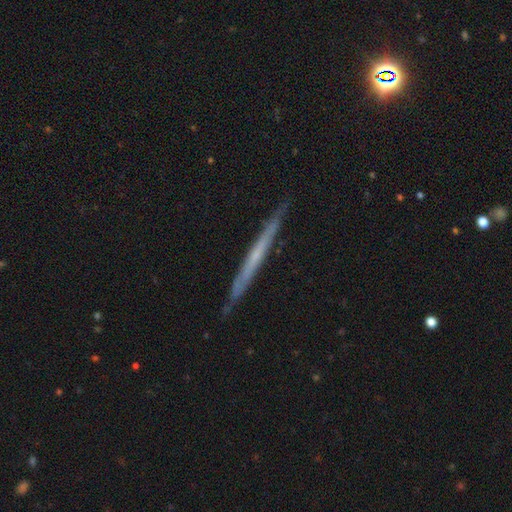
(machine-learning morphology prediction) smooth-or-featured: featured or disk: 62% | smooth: 31% | star or artifact: 6%
  disk-edge-on: yes: 96% | no: 4%
    edge-on-bulge: none: 85% | rounded: 11% | boxy: 4%
  merging: none: 89% | minor disturbance: 9% | major disturbance: 1% | merger: 1%